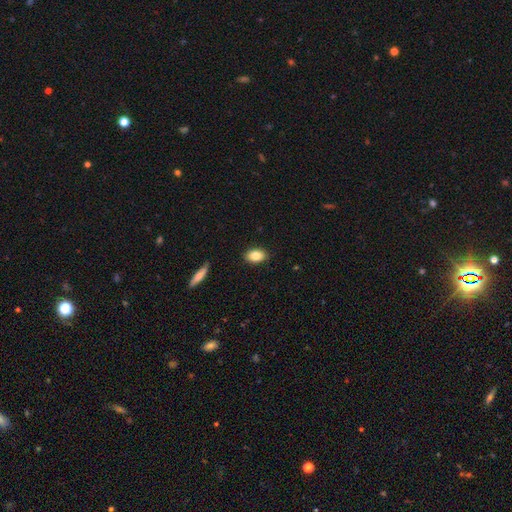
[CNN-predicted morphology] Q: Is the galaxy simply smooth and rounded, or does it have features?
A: smooth — 83%.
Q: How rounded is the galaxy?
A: in between — 88%.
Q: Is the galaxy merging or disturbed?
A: none — 89%.